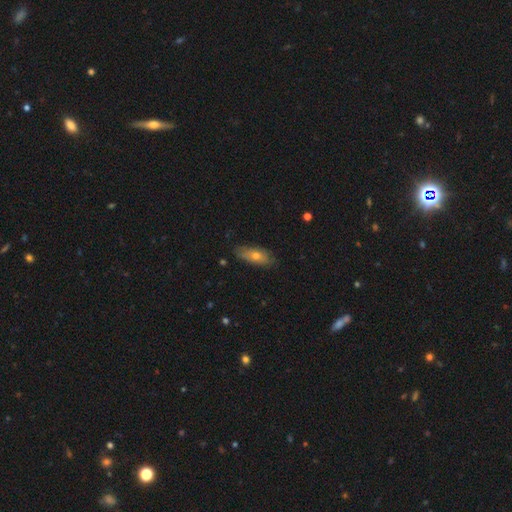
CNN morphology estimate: Smooth or featured?
  - smooth: 59% *
  - featured or disk: 33%
  - star or artifact: 8%
How rounded?
  - in between: 70% *
  - cigar-shaped: 26%
  - round: 4%
Merging?
  - none: 79% *
  - minor disturbance: 17%
  - major disturbance: 3%
  - merger: 1%